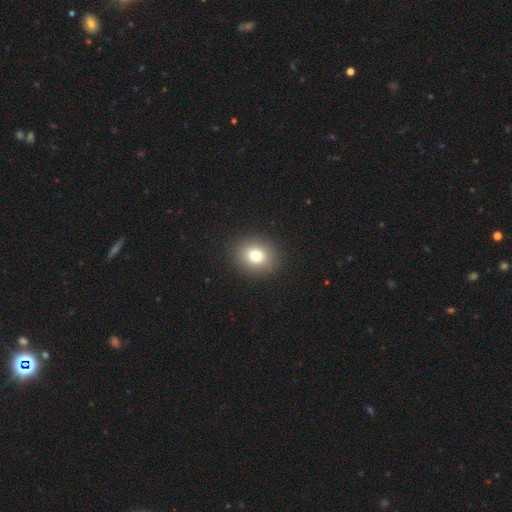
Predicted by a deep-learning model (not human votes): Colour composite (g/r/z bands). It shows a smooth galaxy with no disk features (77%) that is round (72%). Merging: none (91%).